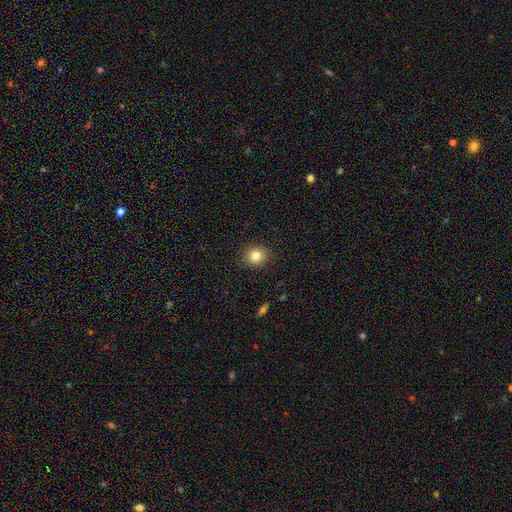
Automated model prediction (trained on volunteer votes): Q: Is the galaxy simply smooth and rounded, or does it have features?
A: smooth — 82%.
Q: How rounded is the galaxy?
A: round — 79%.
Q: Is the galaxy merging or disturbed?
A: none — 90%.